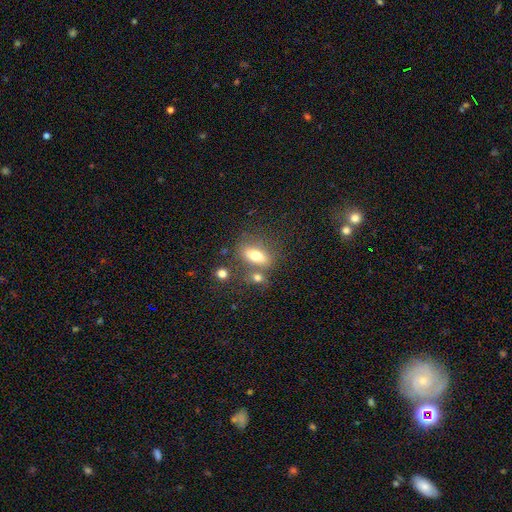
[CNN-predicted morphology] Smooth or featured? smooth (73%)
How rounded? in between (78%)
Merging? none (59%)